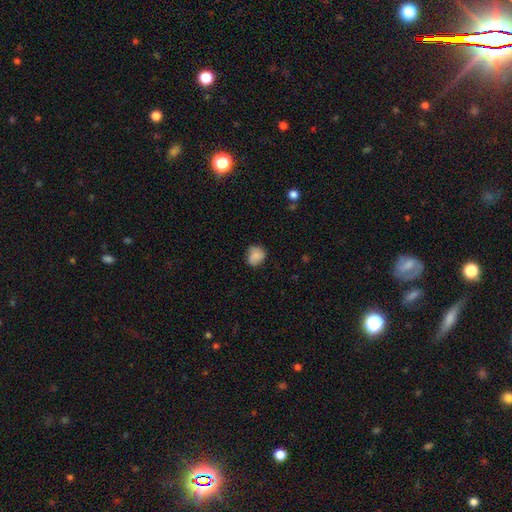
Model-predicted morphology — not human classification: Smooth or featured? Predicted: smooth (p=0.81). How rounded? Predicted: round (p=0.73). Merging? Predicted: none (p=0.72).